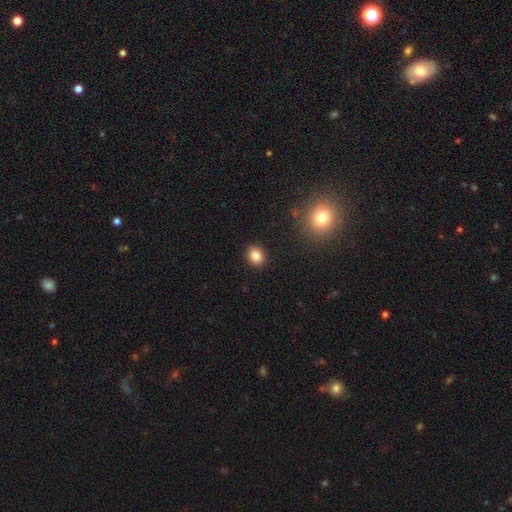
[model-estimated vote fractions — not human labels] Smooth or featured: smooth — 85% (star or artifact — 10%)
How rounded: round — 60% (in between — 39%)
Merging: none — 91% (minor disturbance — 6%)